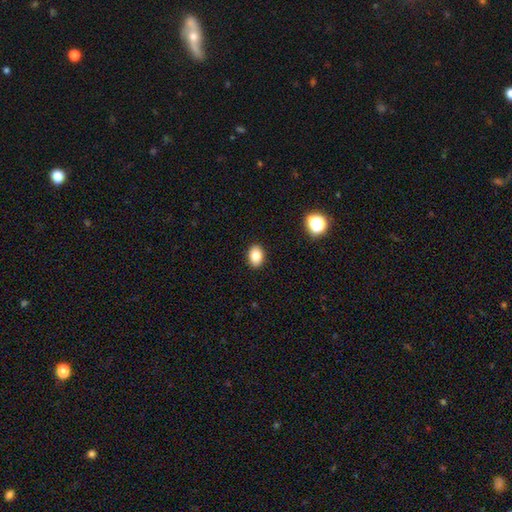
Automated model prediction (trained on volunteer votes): A smooth galaxy with no disk features (84%) that is in between round and cigar-shaped (75%). Merging: none (90%).